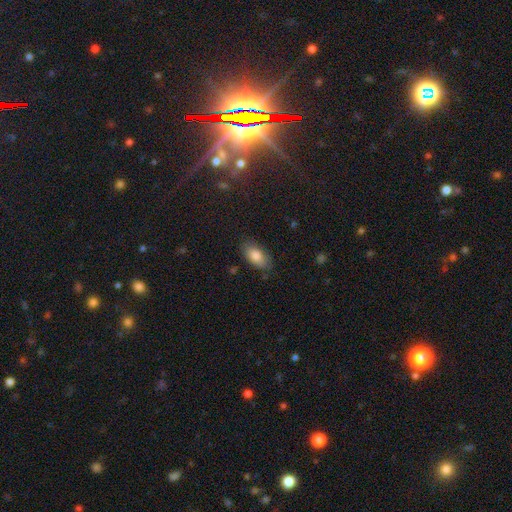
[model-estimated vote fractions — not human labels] Smooth or featured? smooth (84%)
How rounded? in between (92%)
Merging? none (80%)